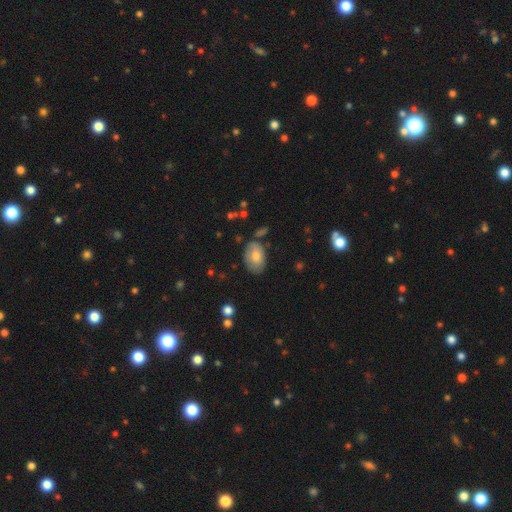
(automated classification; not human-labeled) A smooth galaxy with no disk features (70%) that is in between round and cigar-shaped (88%). Merging: none (66%).